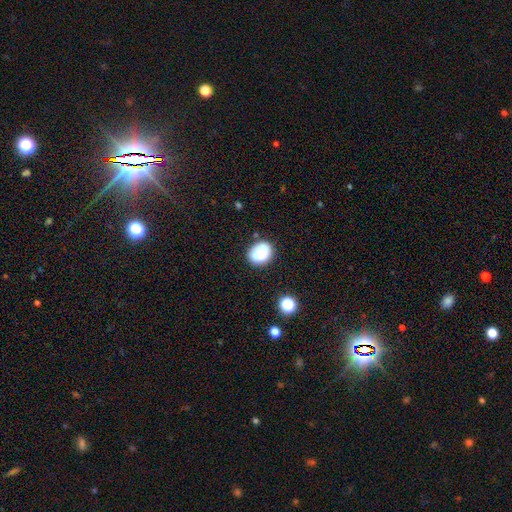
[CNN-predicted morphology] This is likely a smooth galaxy (76%). How rounded: possibly round (55%). Merging: likely none (64%).